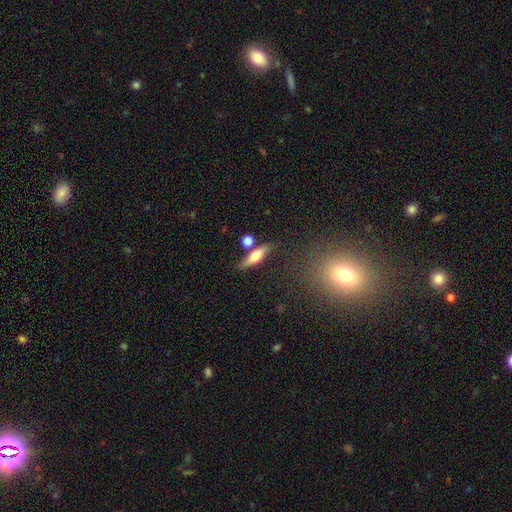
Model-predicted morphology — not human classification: type=smooth (57%); roundness=cigar-shaped (51%); merging=none (67%).